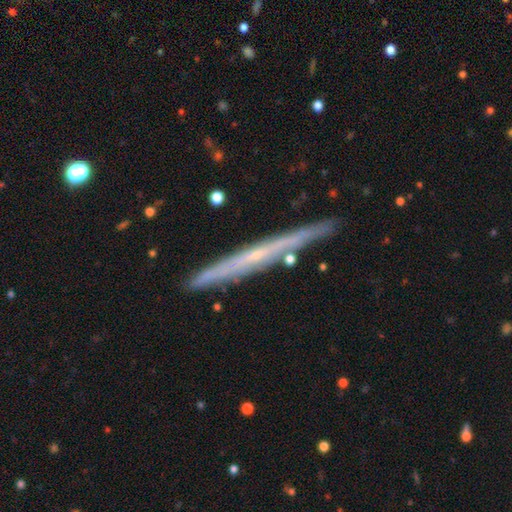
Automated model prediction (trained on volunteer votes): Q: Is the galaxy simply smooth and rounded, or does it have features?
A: featured or disk — 71%.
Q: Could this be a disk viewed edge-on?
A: yes — 95%.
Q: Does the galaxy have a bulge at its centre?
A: none — 64%.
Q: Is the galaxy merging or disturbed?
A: none — 87%.